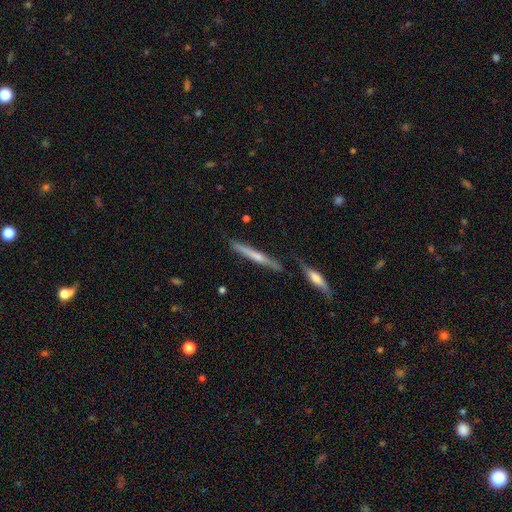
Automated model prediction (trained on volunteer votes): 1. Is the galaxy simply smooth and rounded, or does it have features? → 60% featured or disk, 27% smooth, 13% star or artifact.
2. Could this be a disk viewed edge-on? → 90% yes, 10% no.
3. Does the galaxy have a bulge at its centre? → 71% rounded, 20% none, 9% boxy.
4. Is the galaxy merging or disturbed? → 70% none, 14% merger, 11% minor disturbance, 5% major disturbance.